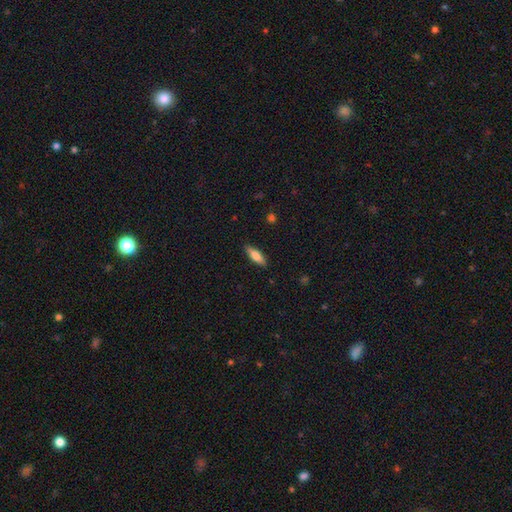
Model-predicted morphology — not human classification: This is likely a smooth galaxy (74%). How rounded: possibly cigar-shaped (49%, tied with in between). Merging: clearly none (87%).